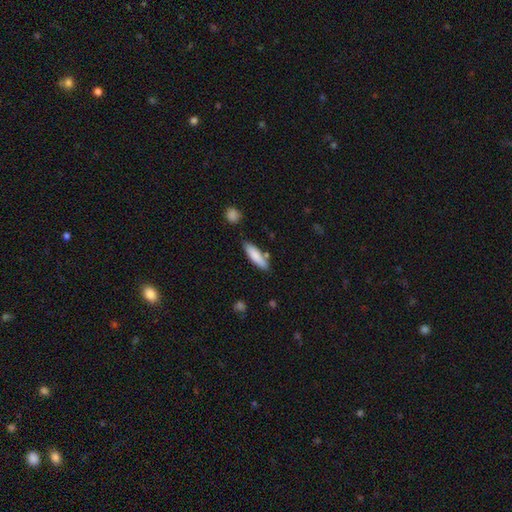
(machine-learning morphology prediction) smooth_or_featured: smooth (p=0.81) [alt: featured or disk p=0.13]
how_rounded: cigar-shaped (p=0.61) [alt: in between p=0.37]
merging: none (p=0.77) [alt: minor disturbance p=0.14]